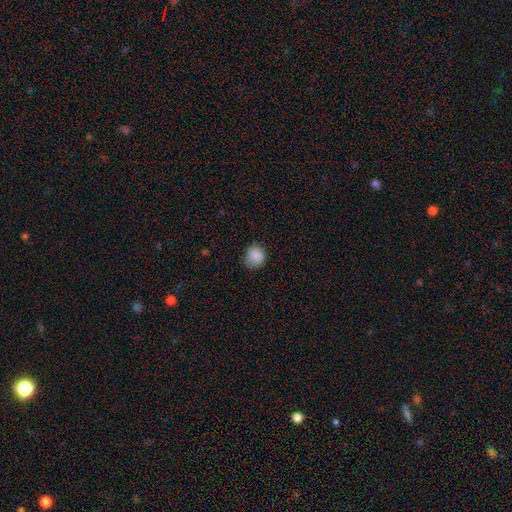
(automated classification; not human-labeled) Smooth or featured: smooth — 88% (star or artifact — 9%)
How rounded: round — 85% (in between — 14%)
Merging: none — 77% (minor disturbance — 19%)